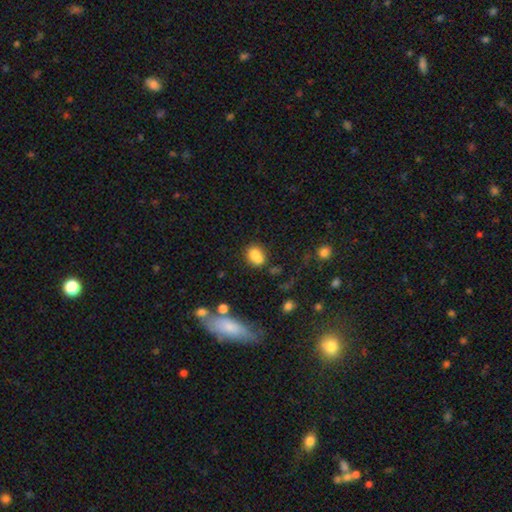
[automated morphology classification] Smooth or featured? smooth (75%)
How rounded? in between (58%)
Merging? merger (43%)